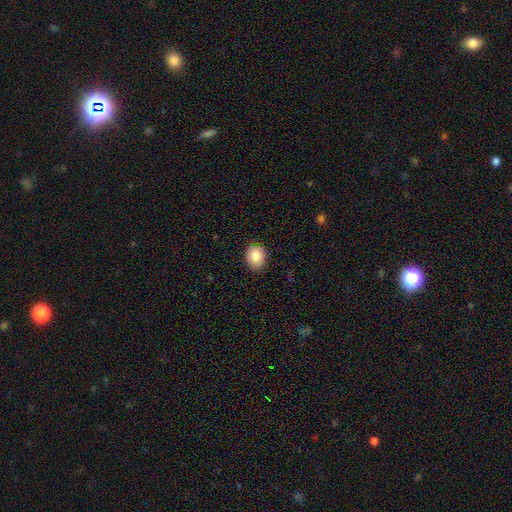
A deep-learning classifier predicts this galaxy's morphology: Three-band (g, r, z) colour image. It shows a smooth galaxy with no disk features (84%) that is round (53%). Merging: none (87%).